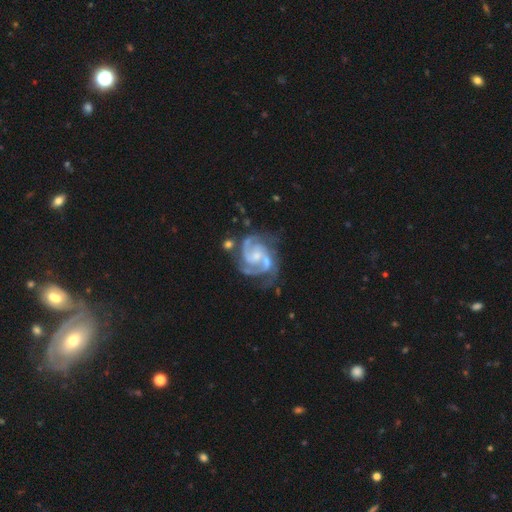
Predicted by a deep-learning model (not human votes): Overall: featured or disk (92%). Edge-on disk: no (98%). Bar: no (48%; weak 41%). Spiral arms: yes (98%). Spiral arm count: 2 (52%; 3 32%). Spiral winding: medium (50%; tight 43%). Bulge size: small (56%; moderate 30%). Merging: none (58%; minor disturbance 20%).